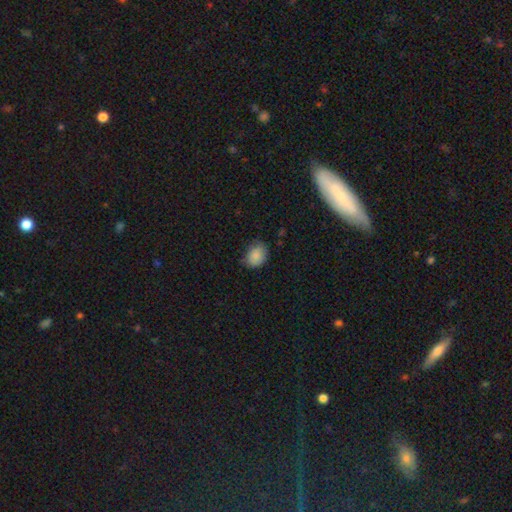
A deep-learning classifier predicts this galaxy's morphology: Q: Smooth or featured?
A: smooth (86%); runner-up: star or artifact (8%)
Q: How rounded?
A: in between (64%); runner-up: round (35%)
Q: Merging?
A: none (68%); runner-up: minor disturbance (27%)